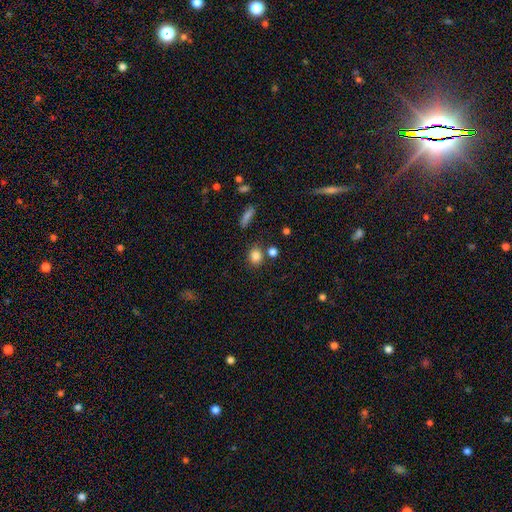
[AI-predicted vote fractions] A smooth galaxy with no disk features (83%) that is round (60%). Merging: none (73%).